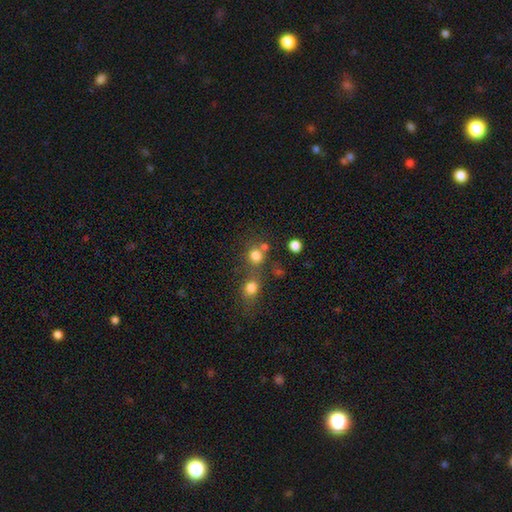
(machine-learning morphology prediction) A smooth galaxy with no disk features (78%) that is round (85%).

Vote fractions:
- Smooth or featured? smooth: 78% / star or artifact: 15% / featured or disk: 8%
- How rounded? round: 85% / in between: 13% / cigar-shaped: 1%
- Merging? none: 56% / merger: 31% / minor disturbance: 9% / major disturbance: 5%